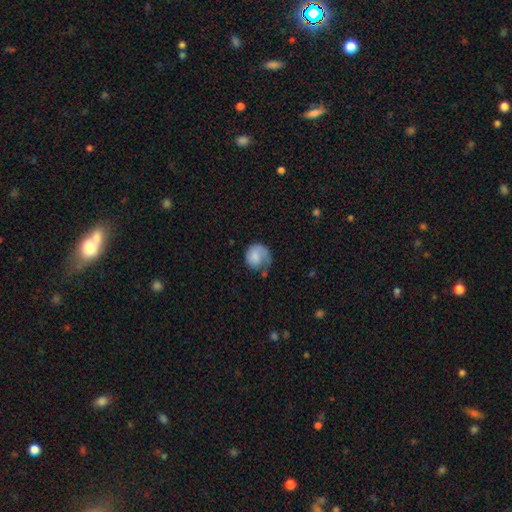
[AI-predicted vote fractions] Smooth or featured? Predicted: smooth (p=0.59). How rounded? Predicted: round (p=0.77). Merging? Predicted: none (p=0.42).